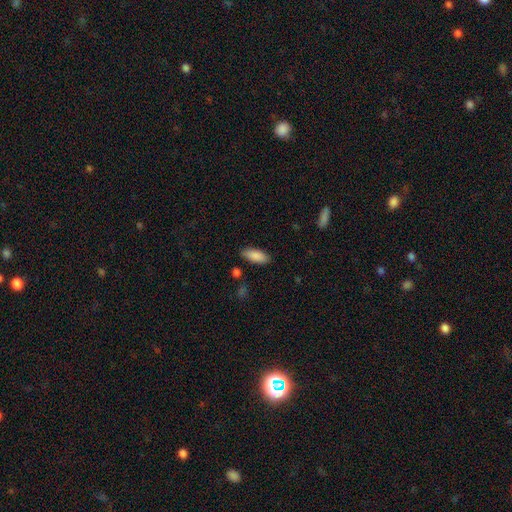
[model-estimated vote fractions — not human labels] Morphology: type=smooth (88%); roundness=in between (82%); merging=none (86%).